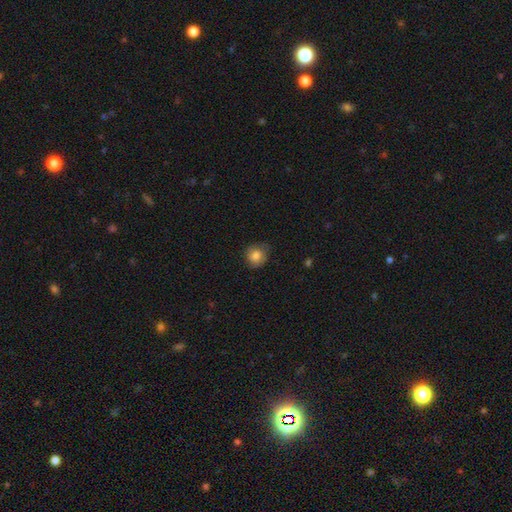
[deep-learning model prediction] This appears to be a smooth galaxy with no disk features (80%) that is round (79%). Merging: none (69%).